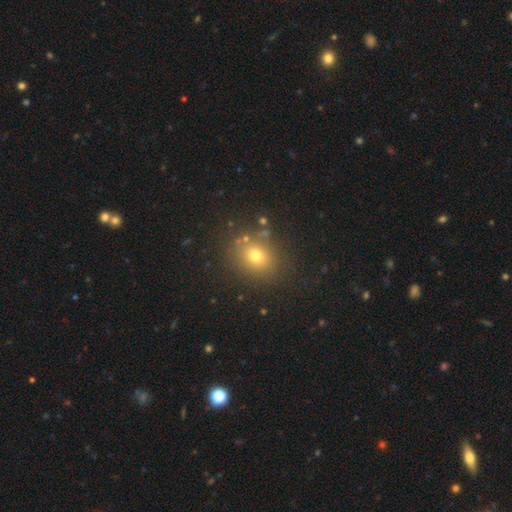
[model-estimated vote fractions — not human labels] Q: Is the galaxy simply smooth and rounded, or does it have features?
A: smooth — 71%.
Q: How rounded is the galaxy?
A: round — 66%.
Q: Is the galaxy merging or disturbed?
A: none — 82%.